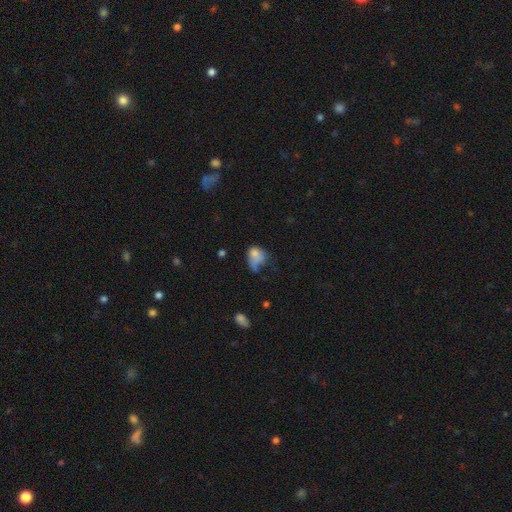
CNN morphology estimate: This is likely a smooth galaxy (64%). How rounded: likely in between (63%). Merging: marginally major disturbance (42%).